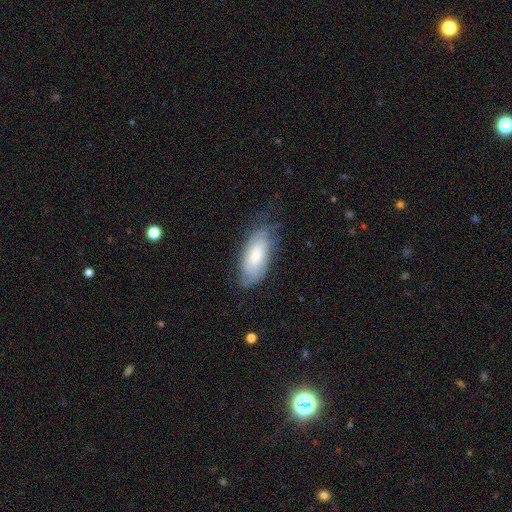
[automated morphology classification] smooth-or-featured: smooth: 47% (tied) | featured or disk: 47% (tied) | star or artifact: 7%
  merging: none: 62% | minor disturbance: 27% | major disturbance: 10% | merger: 1%